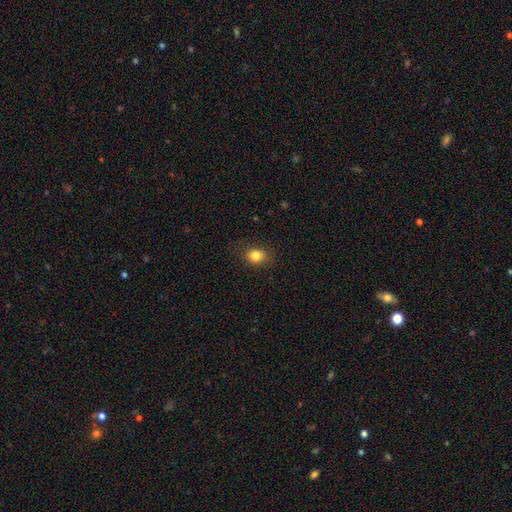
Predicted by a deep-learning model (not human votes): Smooth or featured? smooth (83%)
How rounded? in between (50%)
Merging? none (83%)